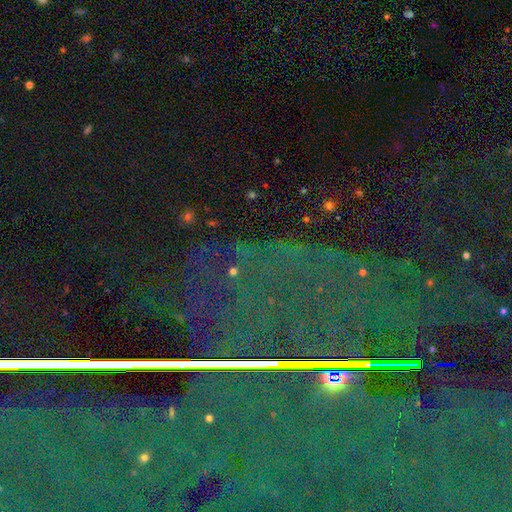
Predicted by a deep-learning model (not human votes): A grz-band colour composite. It shows a star or artifact, not a galaxy (86%).